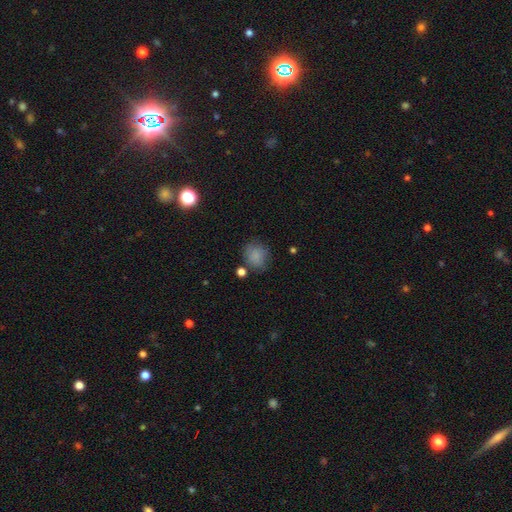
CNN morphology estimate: A smooth galaxy with no disk features (83%) that is round (73%).

Vote fractions:
- Smooth or featured? smooth: 83% / star or artifact: 10% / featured or disk: 7%
- How rounded? round: 73% / in between: 26% / cigar-shaped: 1%
- Merging? none: 69% / minor disturbance: 19% / major disturbance: 6% / merger: 5%